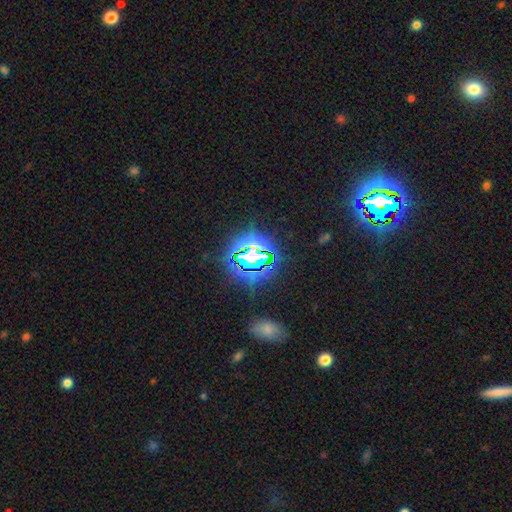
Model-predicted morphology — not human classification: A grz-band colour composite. It shows a star or artifact, not a galaxy (75%).